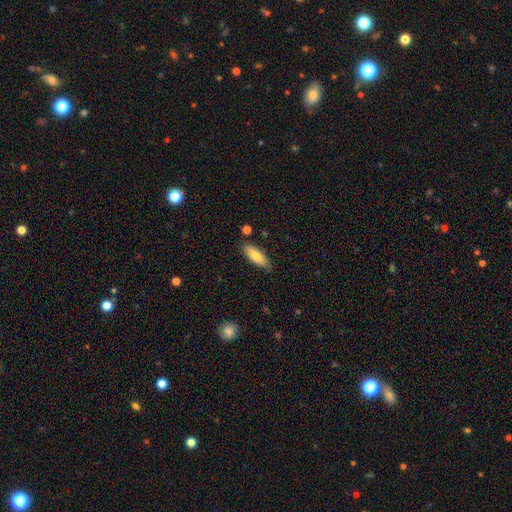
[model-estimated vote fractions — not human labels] This is likely a smooth galaxy (79%). How rounded: possibly in between (59%). Merging: clearly none (83%).